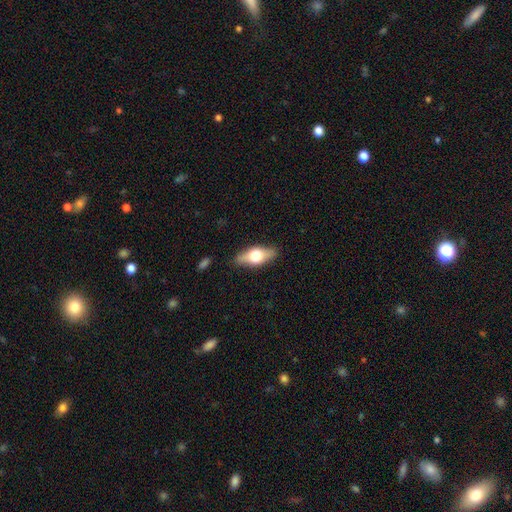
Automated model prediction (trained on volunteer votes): A smooth galaxy with no disk features (52%) that is in between round and cigar-shaped (76%).

Vote fractions:
- Smooth or featured? smooth: 52% / featured or disk: 42% / star or artifact: 7%
- How rounded? in between: 76% / cigar-shaped: 20% / round: 4%
- Merging? none: 85% / minor disturbance: 11% / major disturbance: 3% / merger: 1%